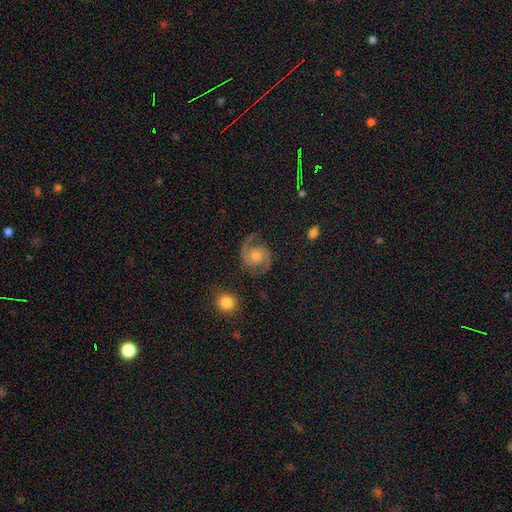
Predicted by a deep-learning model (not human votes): Morphology: type=featured or disk (86%); edge-on=no (98%); bar=no (71%); spiral arms=yes (98%); winding=medium (53%); arm count=2 (92%); bulge=moderate (49%); merging=none (79%).